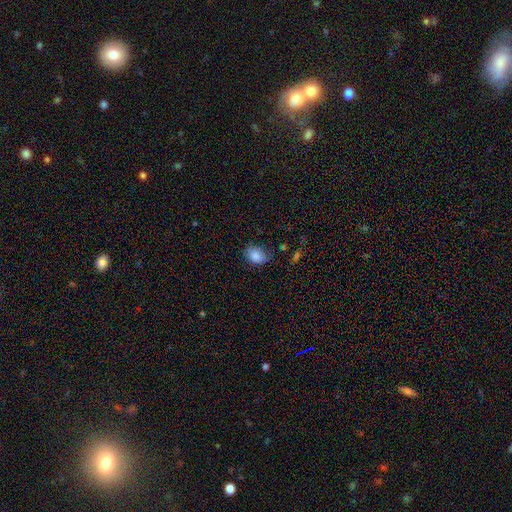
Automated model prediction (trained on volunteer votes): The model was most divided on "merging": none: 70%, minor disturbance: 23%, major disturbance: 5%, merger: 2%. More confident: smooth or featured — smooth (87%); how rounded — in between (73%).